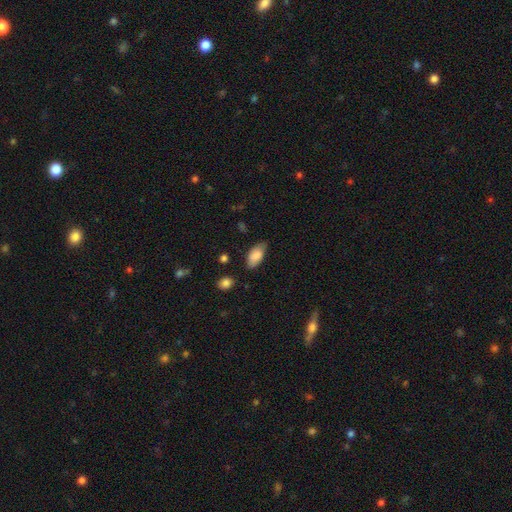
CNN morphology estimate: A smooth galaxy with no disk features (84%) that is in between round and cigar-shaped (92%).

Vote fractions:
- Smooth or featured? smooth: 84% / featured or disk: 10% / star or artifact: 7%
- How rounded? in between: 92% / cigar-shaped: 6% / round: 3%
- Merging? none: 67% / minor disturbance: 26% / major disturbance: 5% / merger: 2%